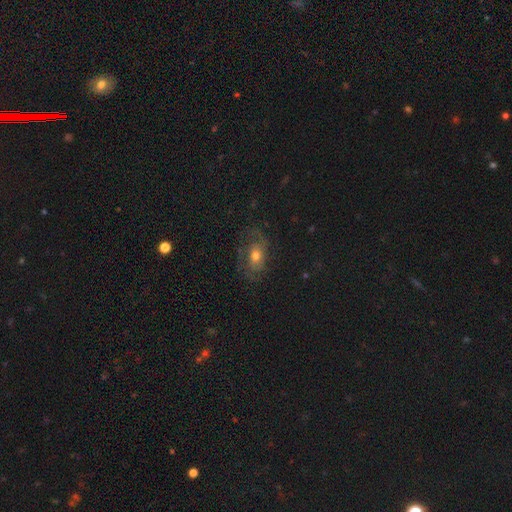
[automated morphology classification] This appears to be a featured or disk galaxy (63%) with no bar (72%), spiral arms (83%) and a moderate central bulge (67%). Merging: none (65%).